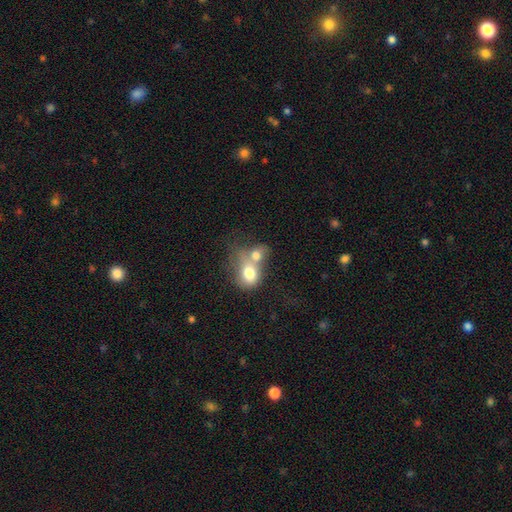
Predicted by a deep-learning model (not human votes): Q: Smooth or featured?
A: smooth (72%); runner-up: featured or disk (19%)
Q: How rounded?
A: in between (54%); runner-up: round (45%)
Q: Merging?
A: merger (73%); runner-up: none (14%)